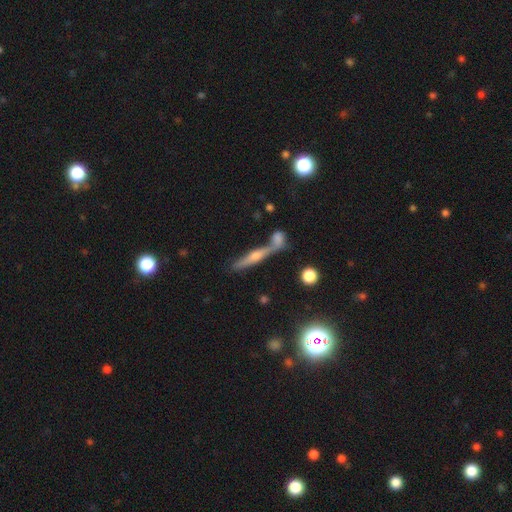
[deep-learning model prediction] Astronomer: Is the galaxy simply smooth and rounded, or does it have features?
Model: featured or disk — 60%.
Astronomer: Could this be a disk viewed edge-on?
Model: yes — 93%.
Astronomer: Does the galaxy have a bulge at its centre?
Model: rounded — 82%.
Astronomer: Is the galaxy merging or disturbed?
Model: none — 59%.